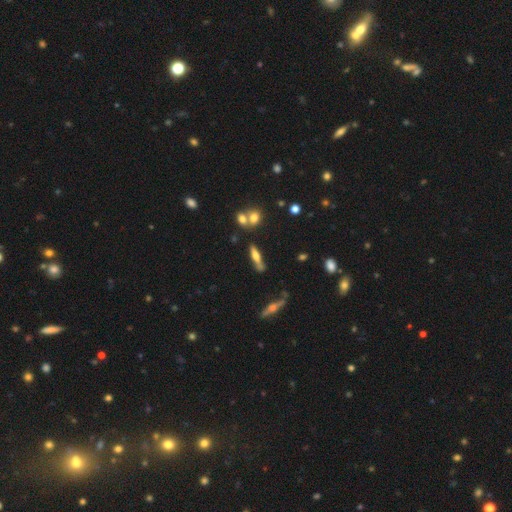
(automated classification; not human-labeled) smooth-or-featured: smooth: 45% | featured or disk: 44% | star or artifact: 10%
  merging: none: 60% | minor disturbance: 17% | merger: 16% | major disturbance: 6%